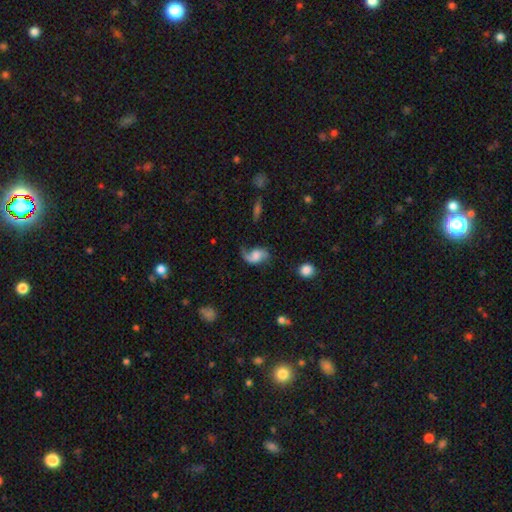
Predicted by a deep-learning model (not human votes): Overall: featured or disk (74%). Edge-on disk: no (97%). Bar: no (58%; weak 34%). Spiral arms: yes (95%). Spiral arm count: 2 (78%). Spiral winding: loose (69%). Bulge size: moderate (34%; small 22%). Merging: none (57%; minor disturbance 22%).